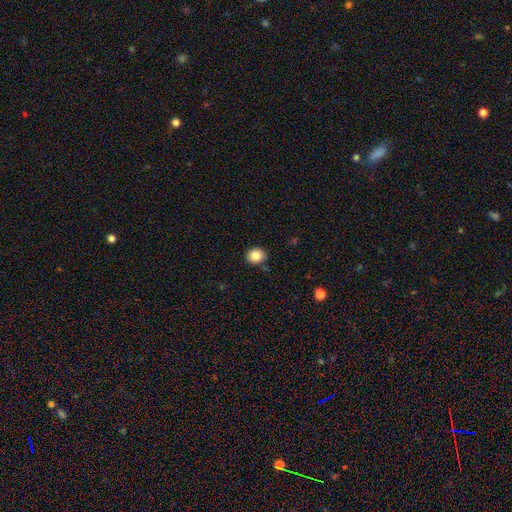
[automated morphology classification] This appears to be a smooth galaxy with no disk features (85%) that is round (79%). Merging: none (85%).